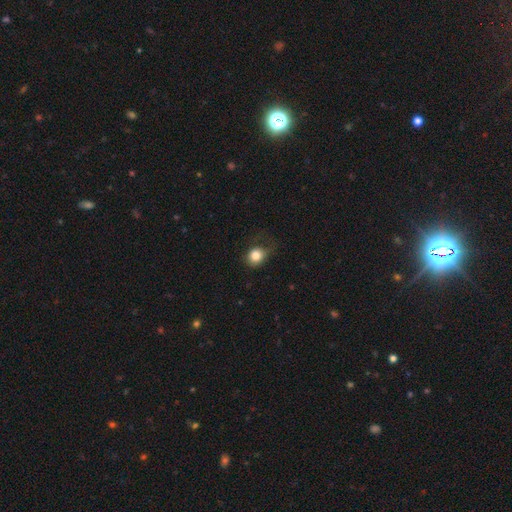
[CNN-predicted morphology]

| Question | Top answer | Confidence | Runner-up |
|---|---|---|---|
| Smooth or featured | smooth | 82% | star or artifact (10%) |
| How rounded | round | 74% | in between (25%) |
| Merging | none | 57% | minor disturbance (27%) |